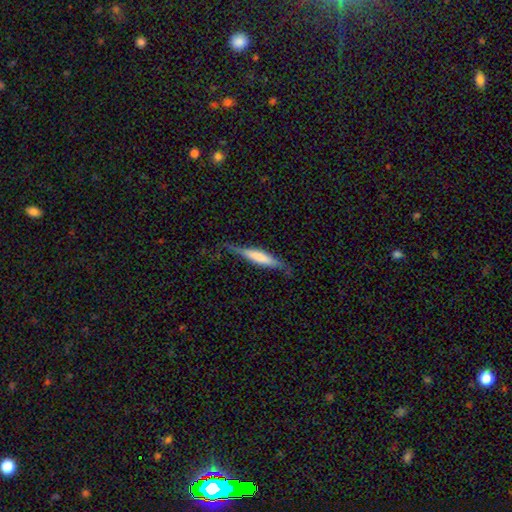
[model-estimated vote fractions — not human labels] A smooth galaxy with no disk features (49%). Merging: none (72%).